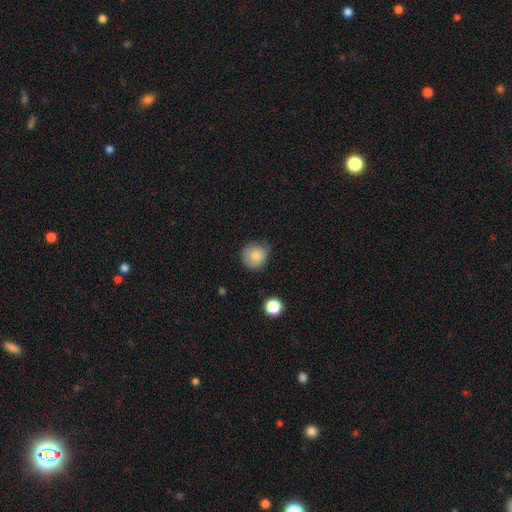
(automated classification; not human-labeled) Smooth or featured: smooth — 80% (featured or disk — 11%)
How rounded: round — 91% (in between — 8%)
Merging: none — 75% (minor disturbance — 19%)